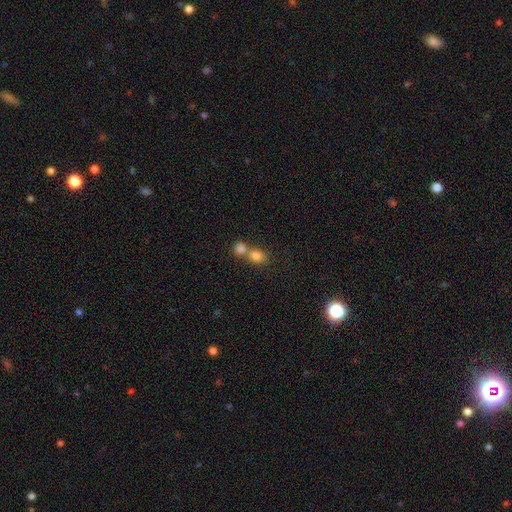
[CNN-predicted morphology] Smooth or featured?
  - smooth: 81% *
  - star or artifact: 11%
  - featured or disk: 8%
How rounded?
  - round: 56% *
  - in between: 42%
  - cigar-shaped: 1%
Merging?
  - merger: 54% *
  - none: 37%
  - minor disturbance: 7%
  - major disturbance: 3%